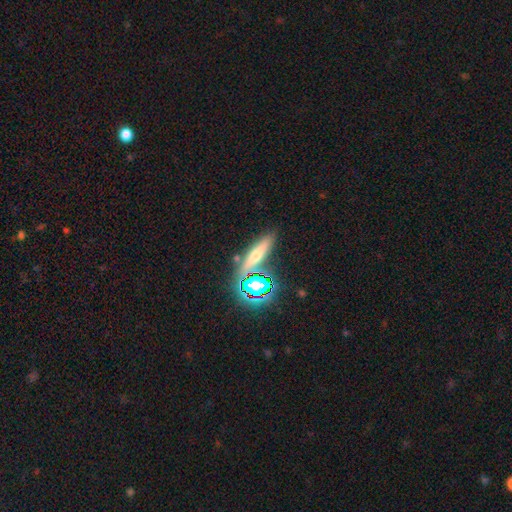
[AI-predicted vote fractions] The model was most divided on "smooth or featured": smooth: 44%, featured or disk: 30%, star or artifact: 26%. More confident: merging — none (78%).